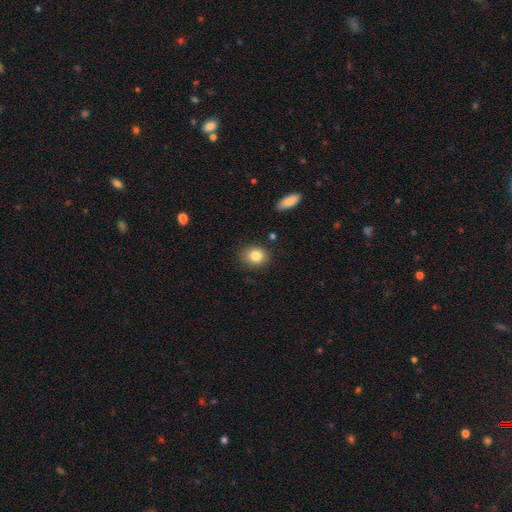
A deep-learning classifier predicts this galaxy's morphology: smooth-or-featured: smooth: 84% | star or artifact: 9% | featured or disk: 7%
  how-rounded: round: 52% | in between: 47% | cigar-shaped: 1%
  merging: none: 83% | minor disturbance: 12% | major disturbance: 3% | merger: 2%